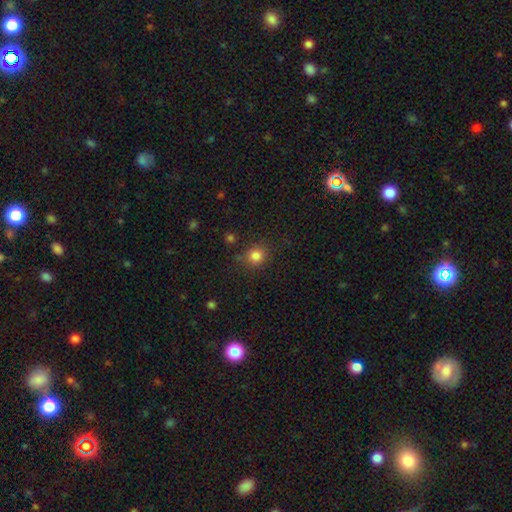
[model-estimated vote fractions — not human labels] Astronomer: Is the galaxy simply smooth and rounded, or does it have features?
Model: smooth — 82%.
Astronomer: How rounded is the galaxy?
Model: round — 86%.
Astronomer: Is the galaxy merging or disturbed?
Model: none — 82%.